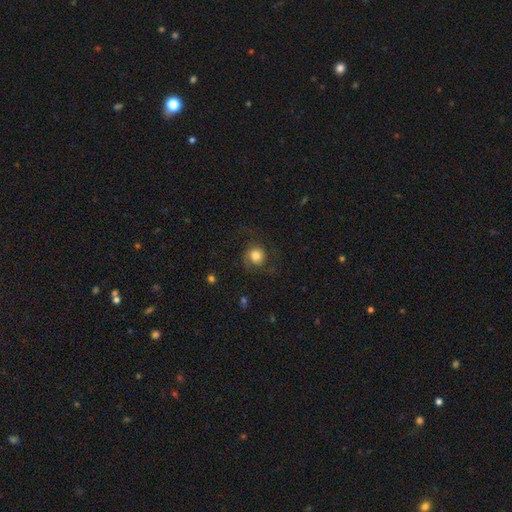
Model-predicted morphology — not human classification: The model was most divided on "smooth or featured": smooth: 62%, featured or disk: 28%, star or artifact: 9%. More confident: how rounded — round (87%); merging — none (62%).